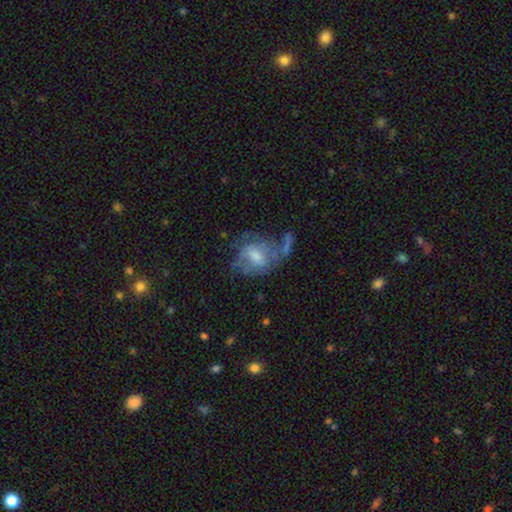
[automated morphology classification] smooth_or_featured: featured or disk (p=0.58) [alt: smooth p=0.33]
disk_edge_on: no (p=0.96) [alt: yes p=0.04]
bar: weak (p=0.49) [alt: no p=0.36]
has_spiral_arms: yes (p=0.65) [alt: no p=0.35]
bulge_size: moderate (p=0.46) [alt: small p=0.25]
merging: none (p=0.37) [alt: major disturbance p=0.30]